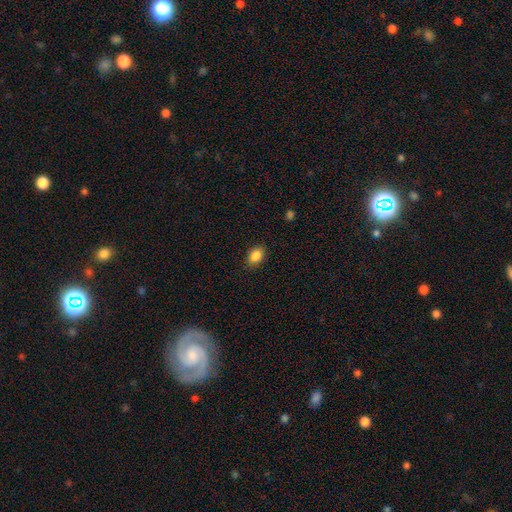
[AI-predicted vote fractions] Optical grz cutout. It shows a smooth galaxy with no disk features (87%) that is in between round and cigar-shaped (79%). Merging: none (86%).